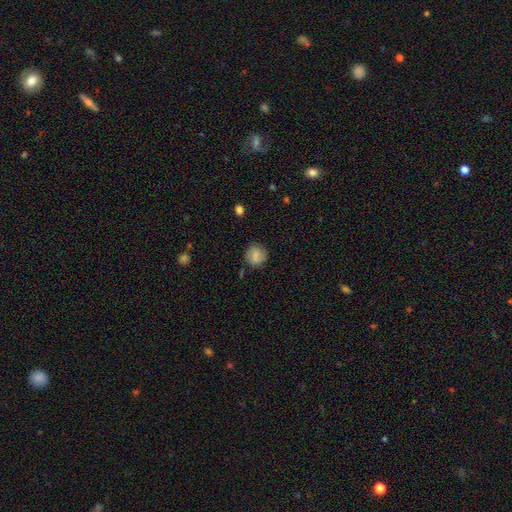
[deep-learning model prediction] Overall: smooth (72%). How rounded: round (81%). Merging: none (76%).